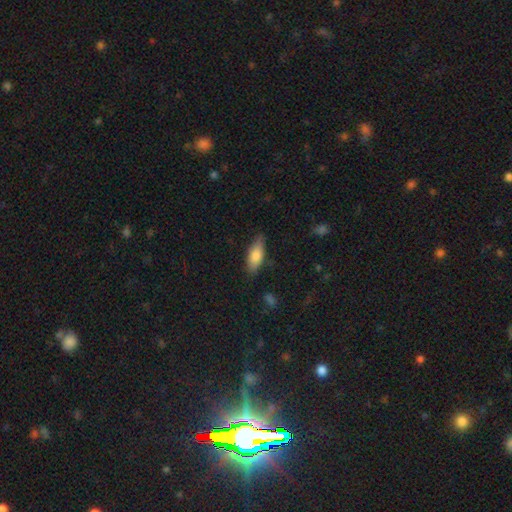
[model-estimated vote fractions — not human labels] Smooth or featured? Predicted: smooth (p=0.78). How rounded? Predicted: in between (p=0.73). Merging? Predicted: none (p=0.79).